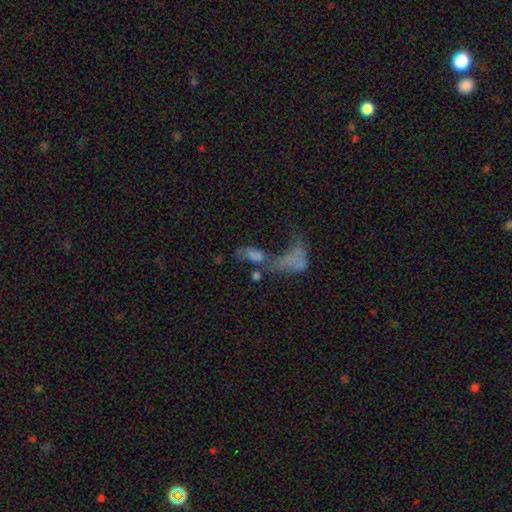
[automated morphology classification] Smooth or featured?
  - smooth: 51% *
  - featured or disk: 32%
  - star or artifact: 18%
How rounded?
  - in between: 75% *
  - cigar-shaped: 15%
  - round: 9%
Merging?
  - merger: 53% *
  - major disturbance: 25%
  - none: 14%
  - minor disturbance: 8%